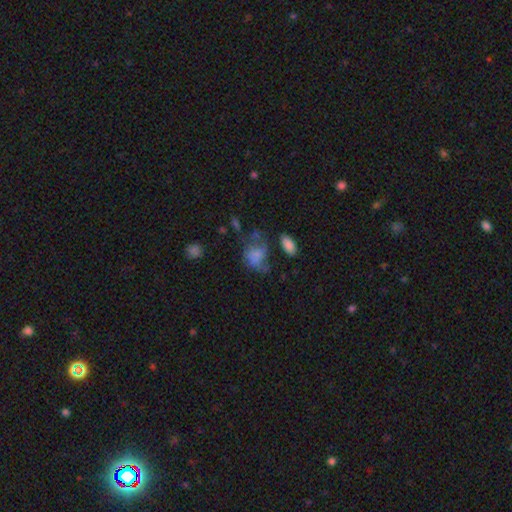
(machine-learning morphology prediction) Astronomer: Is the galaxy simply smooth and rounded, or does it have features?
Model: smooth — 64%.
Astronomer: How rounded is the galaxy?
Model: in between — 69%.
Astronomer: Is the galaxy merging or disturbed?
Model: major disturbance — 34% (runner-up: none, 29%).